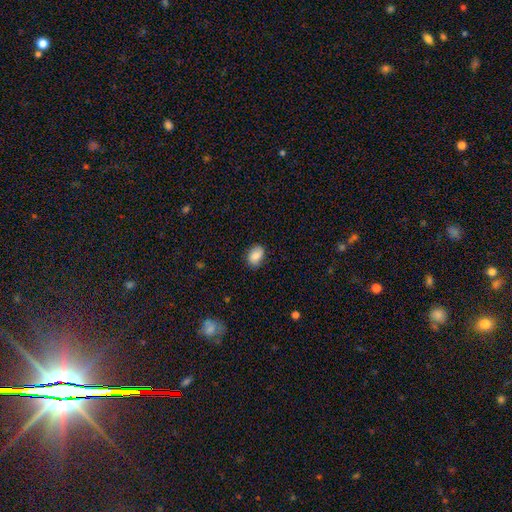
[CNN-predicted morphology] Q: Smooth or featured?
A: smooth (84%); runner-up: featured or disk (9%)
Q: How rounded?
A: in between (82%); runner-up: round (17%)
Q: Merging?
A: none (81%); runner-up: minor disturbance (15%)